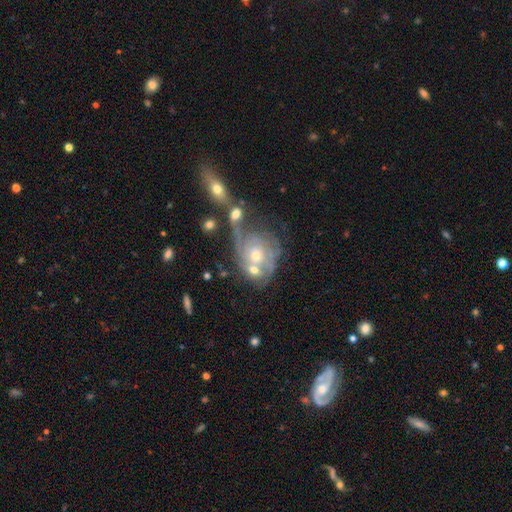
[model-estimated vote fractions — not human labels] A featured or disk galaxy (79%) with no bar (79%), tight (63%) spiral arms (87%) and a moderate central bulge (49%). Merging: none (37%).